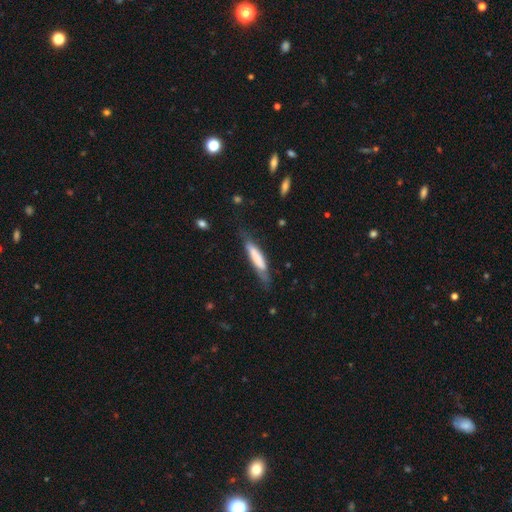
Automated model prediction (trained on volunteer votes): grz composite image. It shows a smooth galaxy with no disk features (63%) that is cigar-shaped (81%). Merging: none (64%).